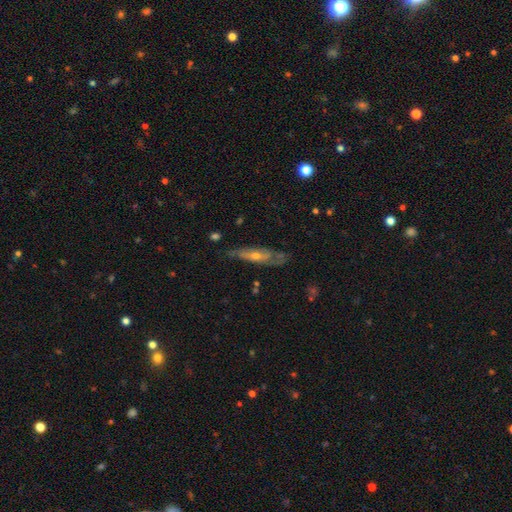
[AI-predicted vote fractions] Smooth or featured? featured or disk (64%)
Edge-on disk? no (54%)
Merging? none (62%)